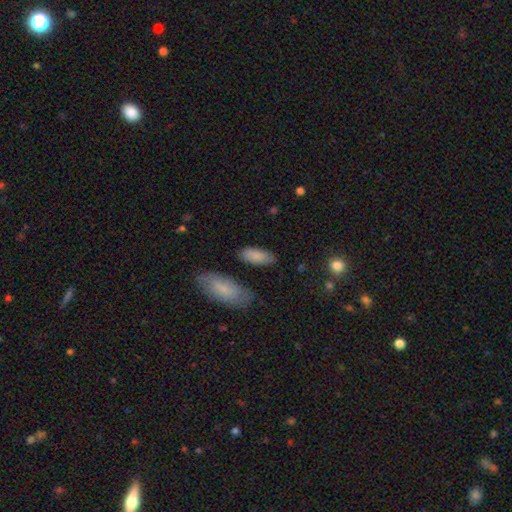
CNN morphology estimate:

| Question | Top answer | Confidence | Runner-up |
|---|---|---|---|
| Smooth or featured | smooth | 84% | featured or disk (9%) |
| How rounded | in between | 84% | cigar-shaped (14%) |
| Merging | none | 79% | minor disturbance (13%) |